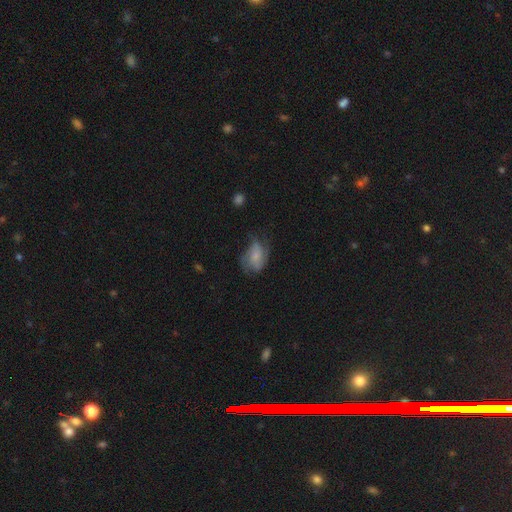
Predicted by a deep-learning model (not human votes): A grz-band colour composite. It shows a smooth galaxy with no disk features (49%). Merging: none (41%).